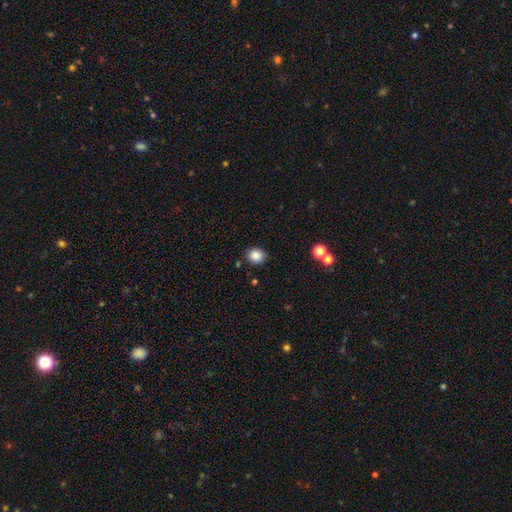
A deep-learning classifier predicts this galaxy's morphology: Q: Smooth or featured?
A: smooth (86%); runner-up: star or artifact (10%)
Q: How rounded?
A: round (73%); runner-up: in between (26%)
Q: Merging?
A: none (87%); runner-up: minor disturbance (8%)